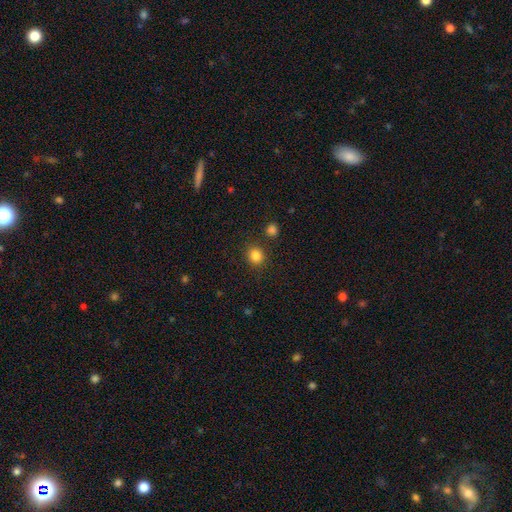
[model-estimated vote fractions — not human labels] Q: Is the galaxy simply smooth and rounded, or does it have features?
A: smooth — 84%.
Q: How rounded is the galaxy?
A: round — 84%.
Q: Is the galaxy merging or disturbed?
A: none — 86%.